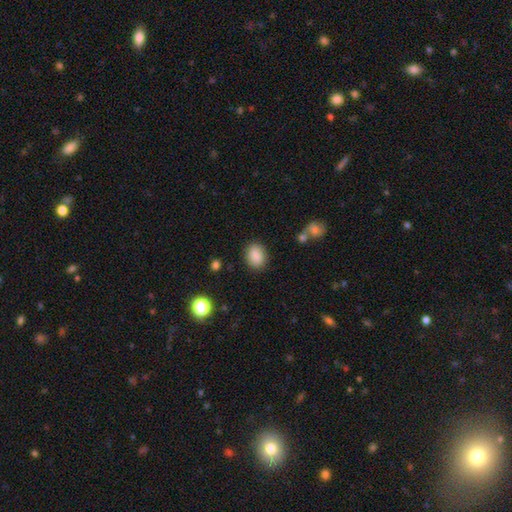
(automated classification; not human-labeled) Smooth or featured? Predicted: smooth (p=0.87). How rounded? Predicted: in between (p=0.62). Merging? Predicted: none (p=0.86).